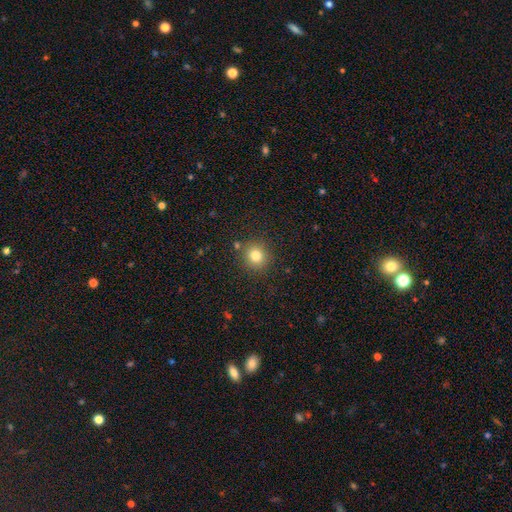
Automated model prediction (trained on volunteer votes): A smooth galaxy with no disk features (80%) that is round (87%).

Vote fractions:
- Smooth or featured? smooth: 80% / star or artifact: 13% / featured or disk: 7%
- How rounded? round: 87% / in between: 12% / cigar-shaped: 1%
- Merging? none: 85% / minor disturbance: 8% / merger: 4% / major disturbance: 3%